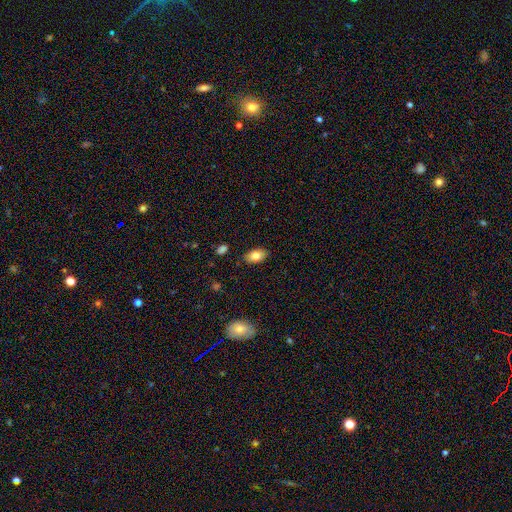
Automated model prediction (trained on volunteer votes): A smooth galaxy with no disk features (81%) that is in between round and cigar-shaped (92%).

Vote fractions:
- Smooth or featured? smooth: 81% / featured or disk: 12% / star or artifact: 7%
- How rounded? in between: 92% / round: 7% / cigar-shaped: 2%
- Merging? none: 86% / minor disturbance: 10% / major disturbance: 2% / merger: 1%